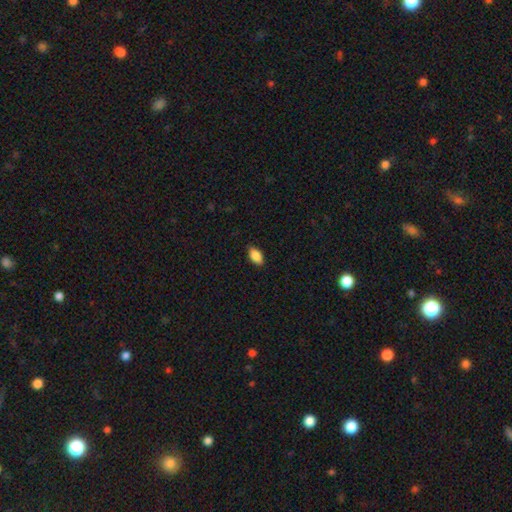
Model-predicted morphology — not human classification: A smooth galaxy with no disk features (88%) that is in between round and cigar-shaped (92%).

Vote fractions:
- Smooth or featured? smooth: 88% / star or artifact: 7% / featured or disk: 5%
- How rounded? in between: 92% / round: 4% / cigar-shaped: 3%
- Merging? none: 87% / minor disturbance: 10% / major disturbance: 2% / merger: 1%